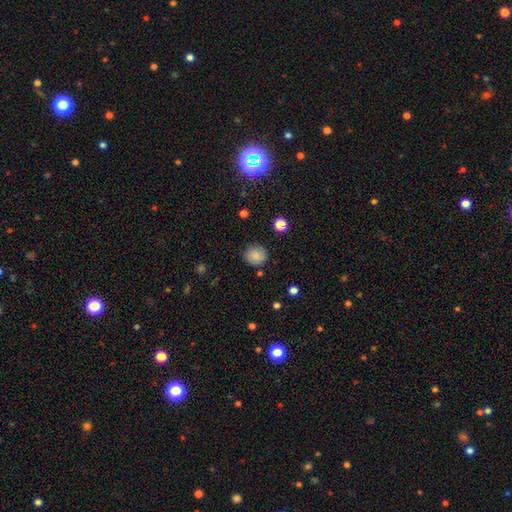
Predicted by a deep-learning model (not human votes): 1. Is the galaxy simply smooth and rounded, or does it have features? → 85% smooth, 10% star or artifact, 6% featured or disk.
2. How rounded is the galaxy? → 87% round, 12% in between, 1% cigar-shaped.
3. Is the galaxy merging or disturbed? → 85% none, 10% minor disturbance, 3% major disturbance, 2% merger.